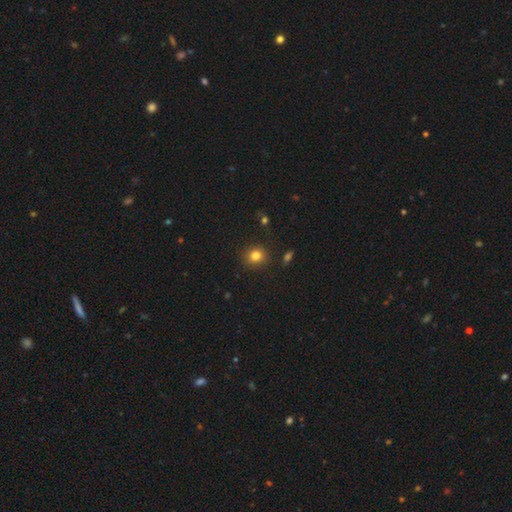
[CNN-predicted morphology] This is clearly a smooth galaxy (82%). How rounded: likely round (80%). Merging: clearly none (87%).